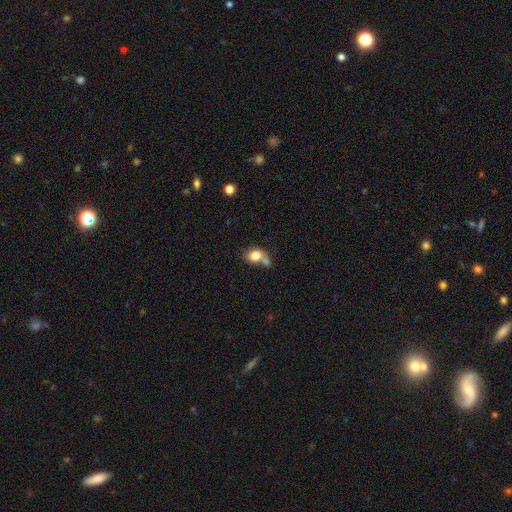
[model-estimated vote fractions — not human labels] A smooth galaxy with no disk features (79%) that is in between round and cigar-shaped (53%). Merging: merger (48%).